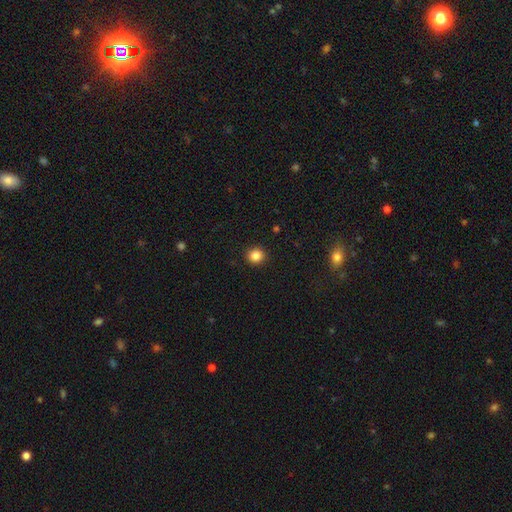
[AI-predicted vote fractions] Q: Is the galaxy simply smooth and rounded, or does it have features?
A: smooth — 84%.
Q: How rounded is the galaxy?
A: round — 89%.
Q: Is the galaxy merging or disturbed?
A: none — 92%.